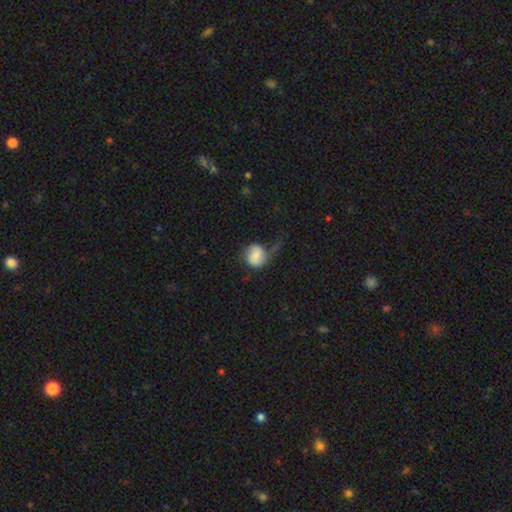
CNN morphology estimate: This is possibly a smooth galaxy (59%). How rounded: likely round (76%). Merging: marginally none (34%).